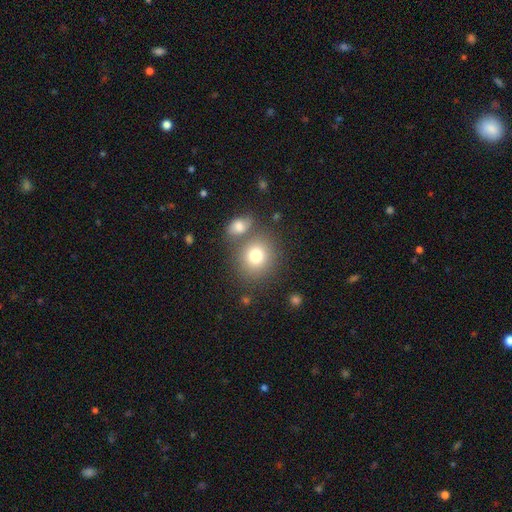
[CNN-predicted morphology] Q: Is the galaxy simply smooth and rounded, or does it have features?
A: smooth — 77%.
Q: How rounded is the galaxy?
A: round — 79%.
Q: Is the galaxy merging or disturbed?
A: none — 65%.